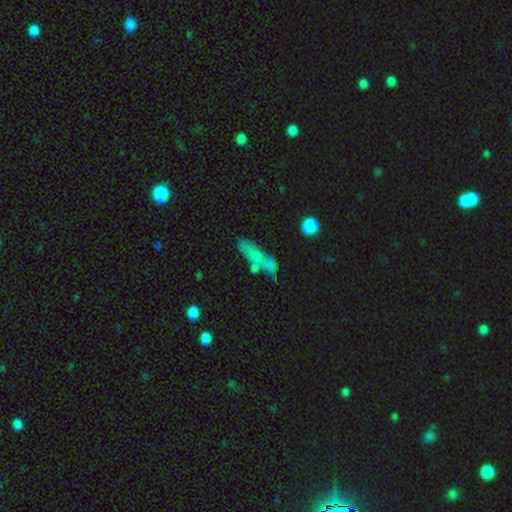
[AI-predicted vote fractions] Smooth or featured? smooth (59%)
How rounded? in between (48%)
Merging? none (39%)